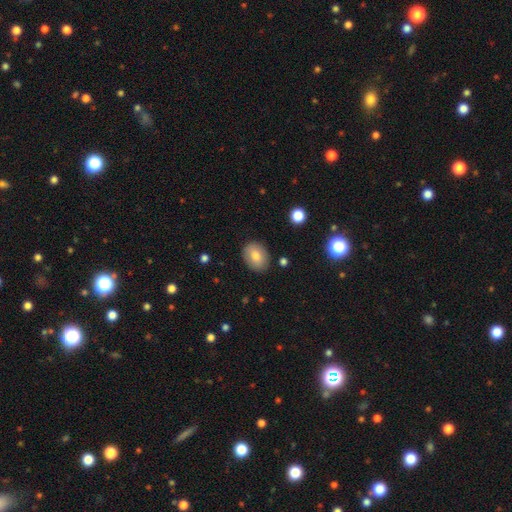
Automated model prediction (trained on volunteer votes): A smooth galaxy with no disk features (74%) that is in between round and cigar-shaped (63%). Merging: none (86%).